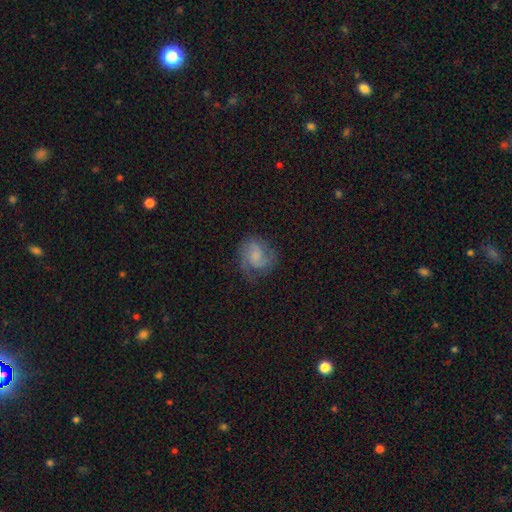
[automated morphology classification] This appears to be a featured or disk galaxy (64%) with no bar (52%), 2 (73%) medium (49%) spiral arms (92%) and a small central bulge (35%). Merging: none (69%).